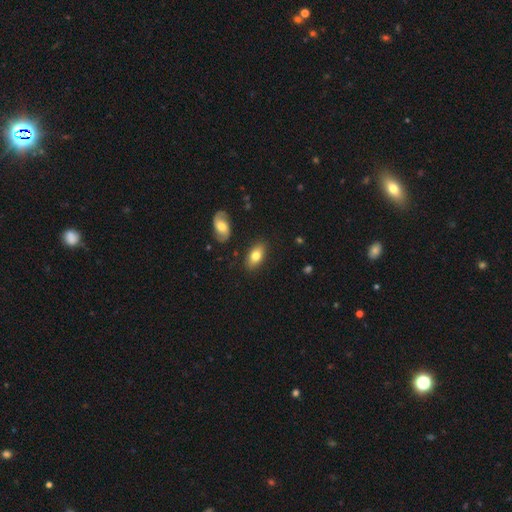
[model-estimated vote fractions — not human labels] Q: Smooth or featured?
A: smooth (75%); runner-up: featured or disk (18%)
Q: How rounded?
A: in between (91%); runner-up: round (5%)
Q: Merging?
A: none (84%); runner-up: minor disturbance (11%)